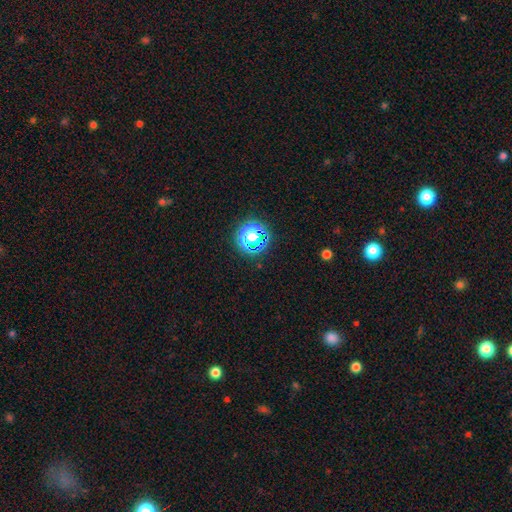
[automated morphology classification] Smooth or featured: star or artifact — 74% (smooth — 19%)